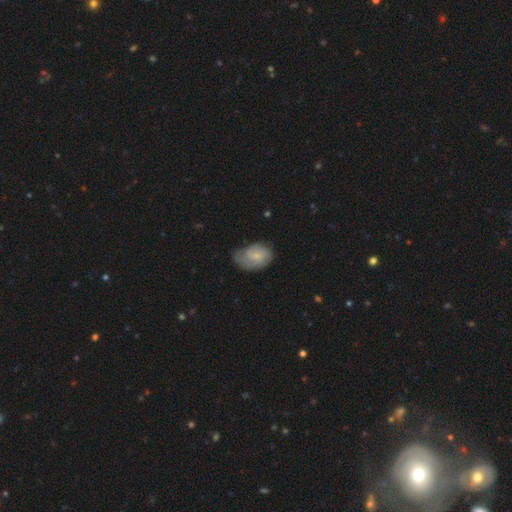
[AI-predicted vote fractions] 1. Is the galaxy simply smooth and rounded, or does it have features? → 50% smooth, 43% featured or disk, 7% star or artifact.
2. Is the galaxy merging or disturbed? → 48% none, 35% minor disturbance, 15% major disturbance, 2% merger.